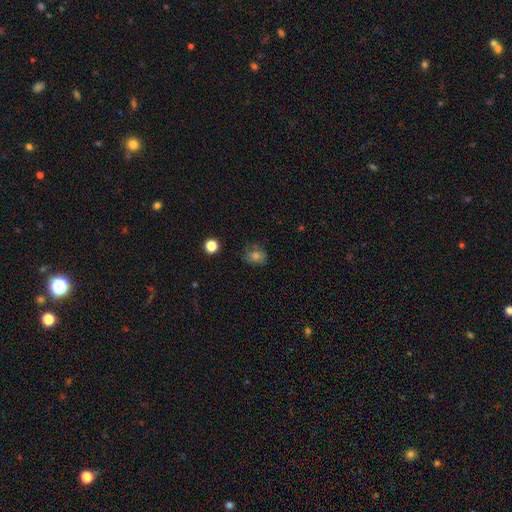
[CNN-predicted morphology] smooth_or_featured: smooth (p=0.72) [alt: star or artifact p=0.16]
how_rounded: round (p=0.61) [alt: in between p=0.37]
merging: none (p=0.72) [alt: minor disturbance p=0.20]